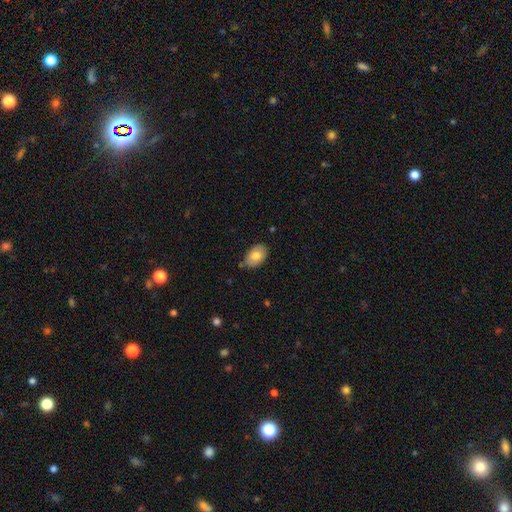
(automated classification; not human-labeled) A smooth galaxy with no disk features (79%) that is in between round and cigar-shaped (89%).

Vote fractions:
- Smooth or featured? smooth: 79% / featured or disk: 14% / star or artifact: 7%
- How rounded? in between: 89% / round: 10% / cigar-shaped: 1%
- Merging? none: 74% / minor disturbance: 20% / merger: 3% / major disturbance: 3%